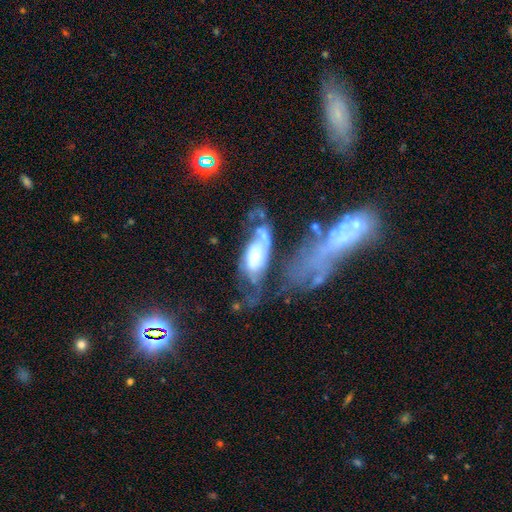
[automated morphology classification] smooth_or_featured: featured or disk (p=0.57) [alt: smooth p=0.35]
disk_edge_on: no (p=0.88) [alt: yes p=0.12]
merging: major disturbance (p=0.31) [alt: none p=0.26]